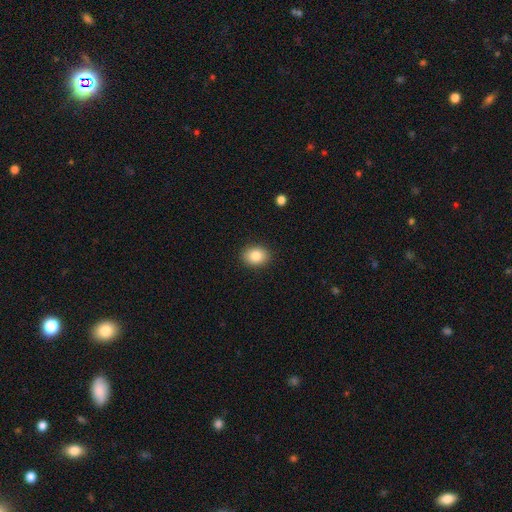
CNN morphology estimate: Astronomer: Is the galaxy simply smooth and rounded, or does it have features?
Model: smooth — 85%.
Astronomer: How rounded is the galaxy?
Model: in between — 62%.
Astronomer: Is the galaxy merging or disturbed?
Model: none — 90%.